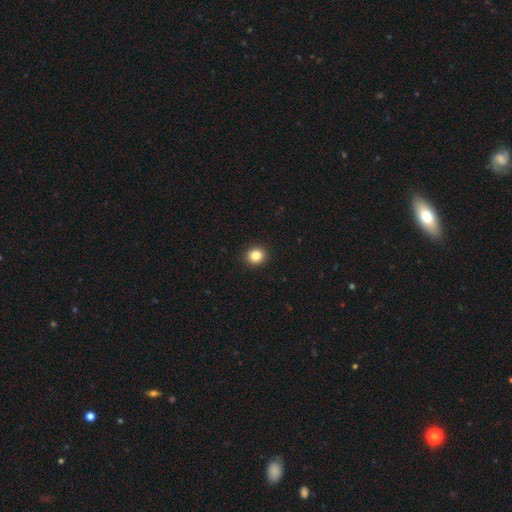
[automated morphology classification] Smooth or featured?
  - smooth: 84% *
  - star or artifact: 11%
  - featured or disk: 5%
How rounded?
  - round: 83% *
  - in between: 16%
  - cigar-shaped: 1%
Merging?
  - none: 92% *
  - minor disturbance: 5%
  - major disturbance: 2%
  - merger: 1%